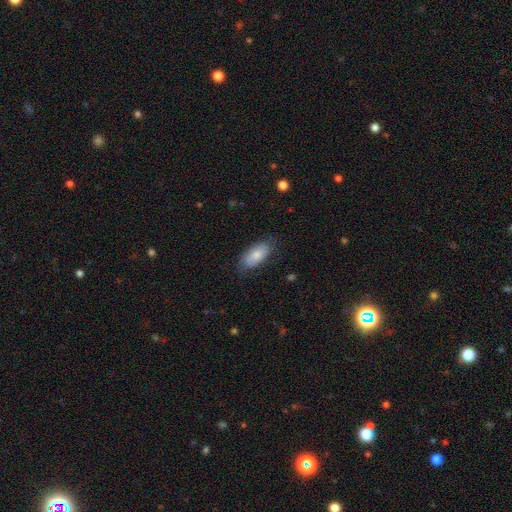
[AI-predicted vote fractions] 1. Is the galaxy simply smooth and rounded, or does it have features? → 79% smooth, 15% featured or disk, 6% star or artifact.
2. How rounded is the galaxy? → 92% in between, 5% cigar-shaped, 3% round.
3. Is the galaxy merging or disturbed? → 78% none, 17% minor disturbance, 4% major disturbance, 1% merger.